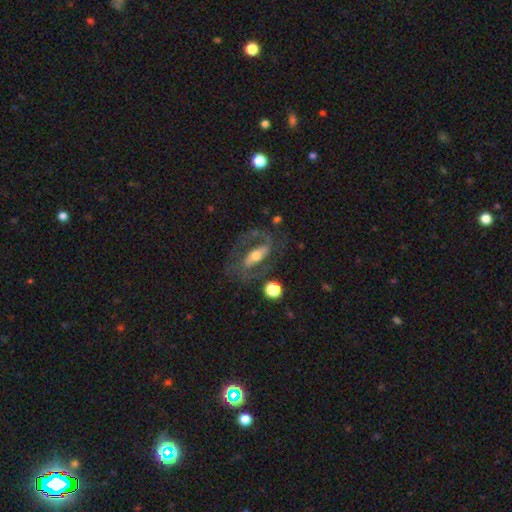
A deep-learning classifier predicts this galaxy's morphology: This is likely a featured or disk galaxy (74%). It is clearly not viewed edge-on (88%). Bar: possibly strong (48%). Spiral arm pattern: clearly yes (81%). Spiral arm count: clearly 2 (82%). Spiral winding: possibly medium (50%). Central bulge: possibly moderate (60%). Merging: likely none (63%).